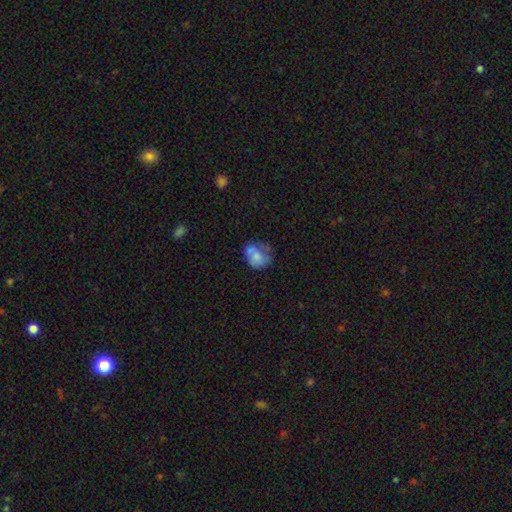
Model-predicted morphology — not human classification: A smooth galaxy with no disk features (58%) that is in between round and cigar-shaped (54%). Merging: none (34%).